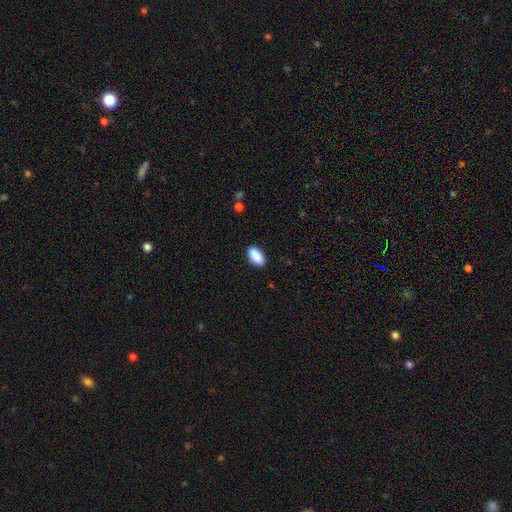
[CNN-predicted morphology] Smooth or featured: smooth — 89% (star or artifact — 7%)
How rounded: in between — 91% (cigar-shaped — 6%)
Merging: none — 87% (minor disturbance — 9%)